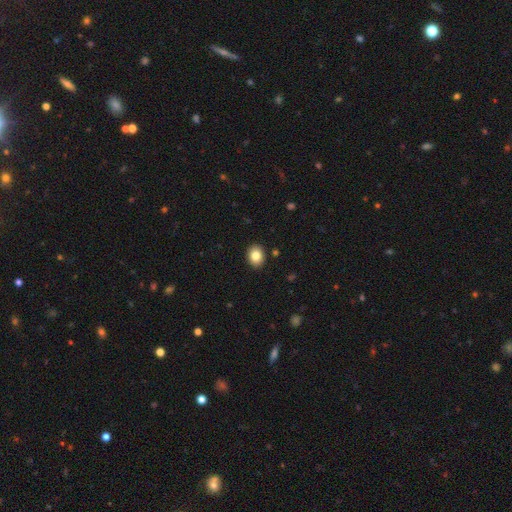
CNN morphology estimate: A smooth galaxy with no disk features (83%) that is in between round and cigar-shaped (52%). Merging: none (91%).